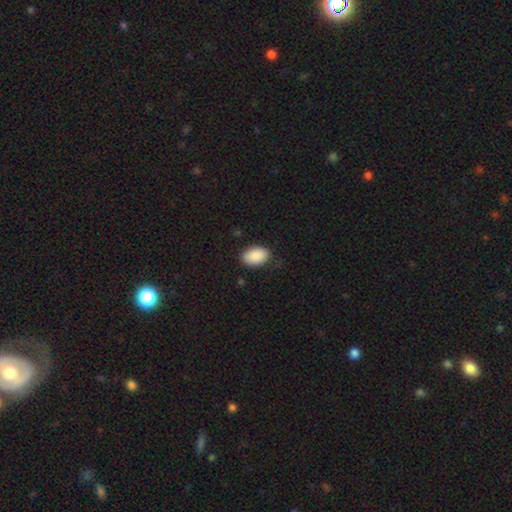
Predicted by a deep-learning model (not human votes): Smooth or featured: smooth — 90% (star or artifact — 6%)
How rounded: in between — 90% (round — 9%)
Merging: none — 82% (minor disturbance — 14%)